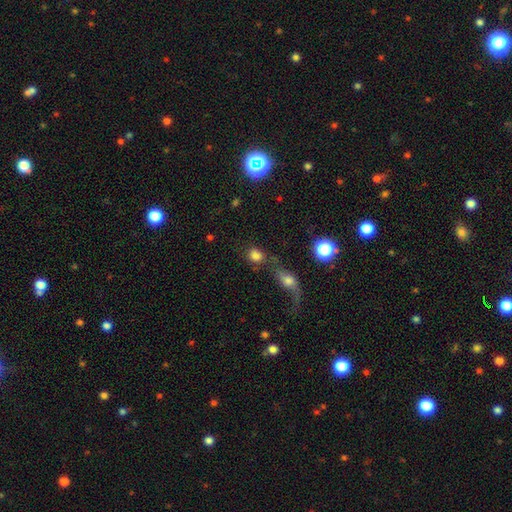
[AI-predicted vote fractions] This is likely a smooth galaxy (79%). How rounded: possibly round (60%). Merging: possibly none (51%).